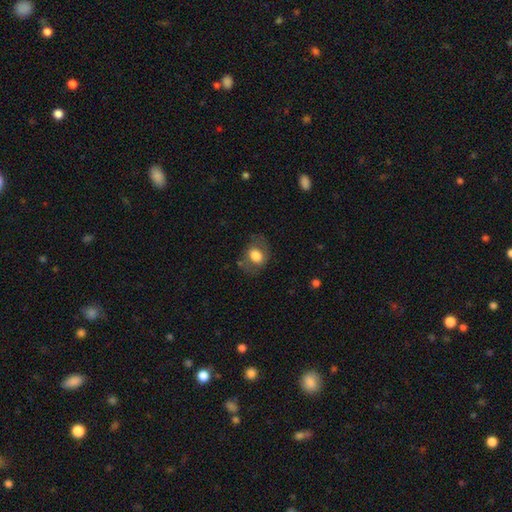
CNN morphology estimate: A smooth galaxy with no disk features (71%) that is in between round and cigar-shaped (63%).

Vote fractions:
- Smooth or featured? smooth: 71% / featured or disk: 21% / star or artifact: 8%
- How rounded? in between: 63% / round: 35% / cigar-shaped: 1%
- Merging? none: 66% / minor disturbance: 20% / major disturbance: 11% / merger: 2%